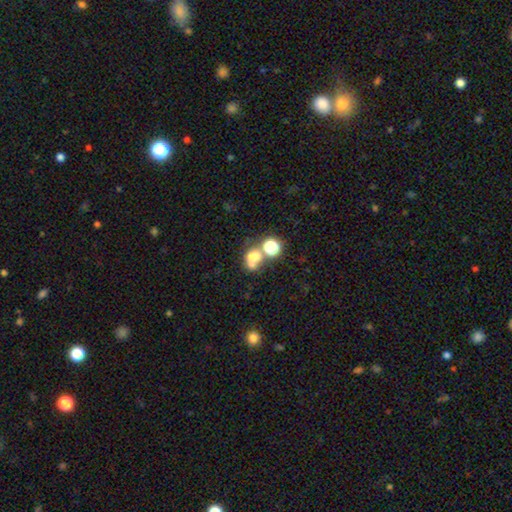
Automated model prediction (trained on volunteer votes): Smooth or featured: smooth — 53% (star or artifact — 31%)
How rounded: round — 68% (in between — 31%)
Merging: none — 44% (merger — 42%)